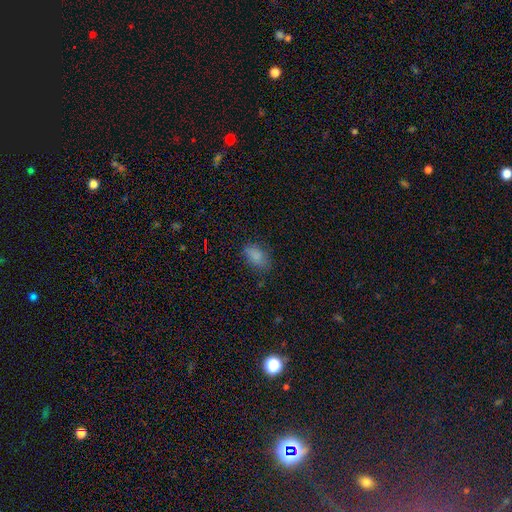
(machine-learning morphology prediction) smooth-or-featured: smooth: 82% | star or artifact: 11% | featured or disk: 7%
  how-rounded: in between: 90% | round: 8% | cigar-shaped: 3%
  merging: none: 73% | minor disturbance: 20% | major disturbance: 6% | merger: 1%